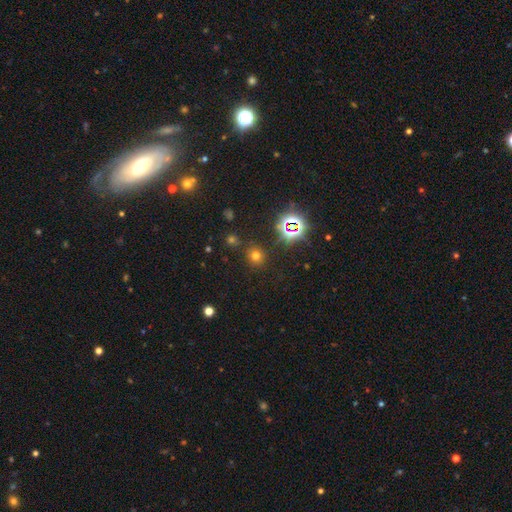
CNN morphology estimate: Smooth or featured? smooth (63%)
How rounded? round (86%)
Merging? none (83%)